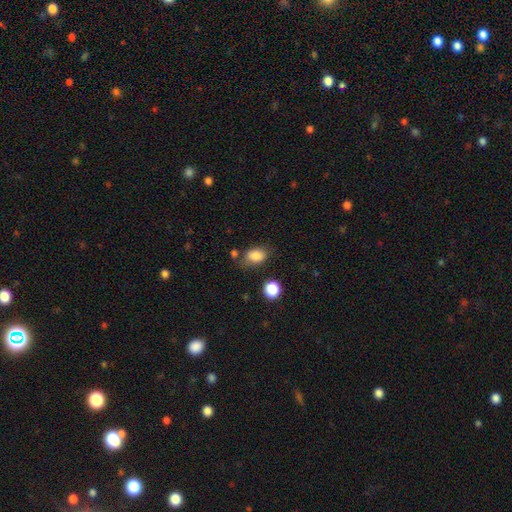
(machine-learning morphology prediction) smooth-or-featured: smooth: 84% | star or artifact: 9% | featured or disk: 7%
  how-rounded: in between: 80% | round: 18% | cigar-shaped: 1%
  merging: none: 64% | minor disturbance: 23% | major disturbance: 7% | merger: 7%